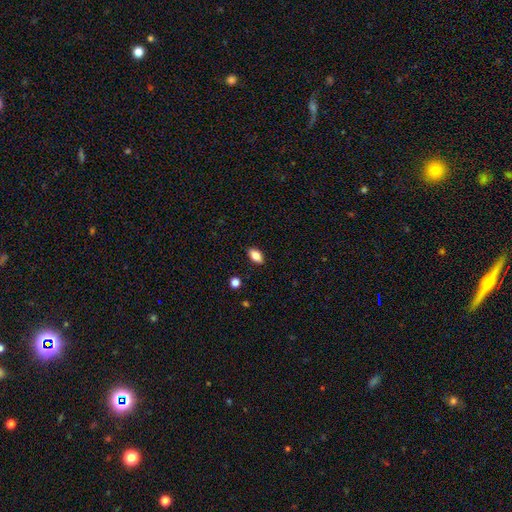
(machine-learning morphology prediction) smooth 81%, featured or disk 11%, star or artifact 8%. Down the decision tree: how rounded — in between (89%); merging — none (88%).